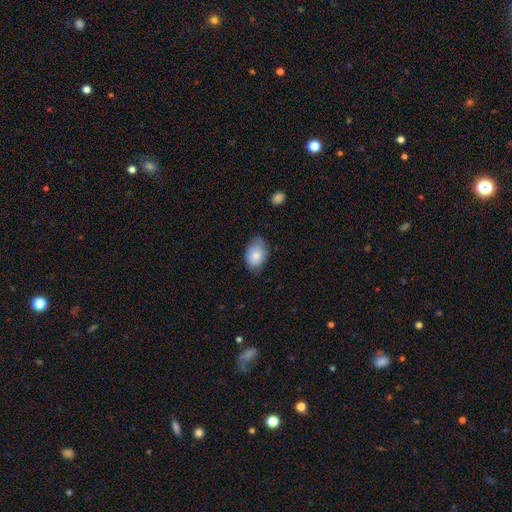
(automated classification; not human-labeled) smooth 78%, featured or disk 16%, star or artifact 7%. Down the decision tree: how rounded — in between (85%); merging — none (61%).